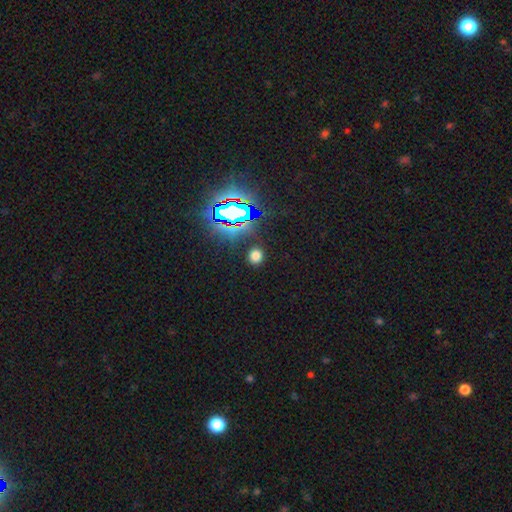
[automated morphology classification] This is likely a smooth galaxy (67%). How rounded: likely round (77%). Merging: clearly none (88%).